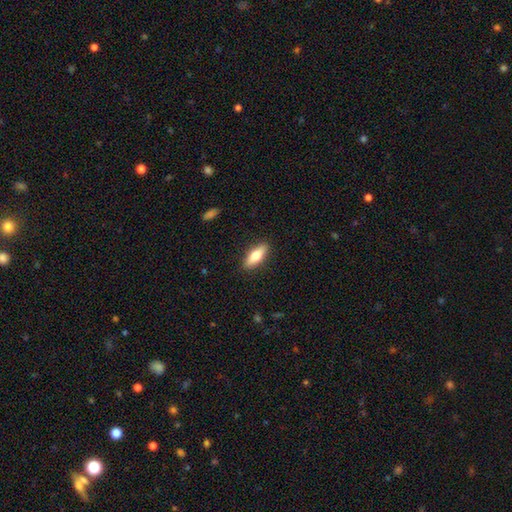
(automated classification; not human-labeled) smooth_or_featured: smooth (p=0.66) [alt: featured or disk p=0.28]
how_rounded: in between (p=0.59) [alt: cigar-shaped p=0.39]
merging: none (p=0.89) [alt: minor disturbance p=0.08]